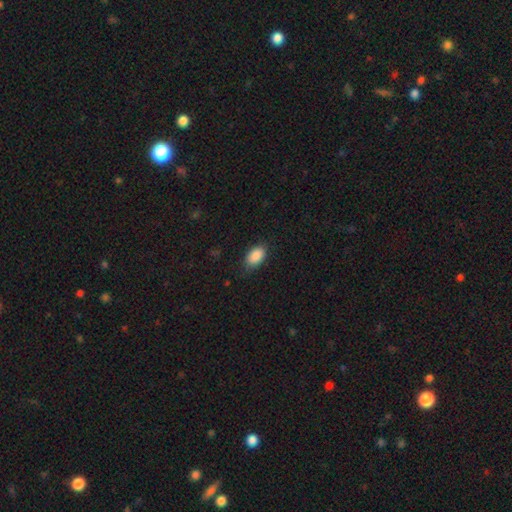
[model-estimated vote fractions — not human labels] A smooth galaxy with no disk features (89%) that is in between round and cigar-shaped (92%).

Vote fractions:
- Smooth or featured? smooth: 89% / star or artifact: 7% / featured or disk: 4%
- How rounded? in between: 92% / round: 7% / cigar-shaped: 2%
- Merging? none: 78% / minor disturbance: 17% / major disturbance: 4% / merger: 1%